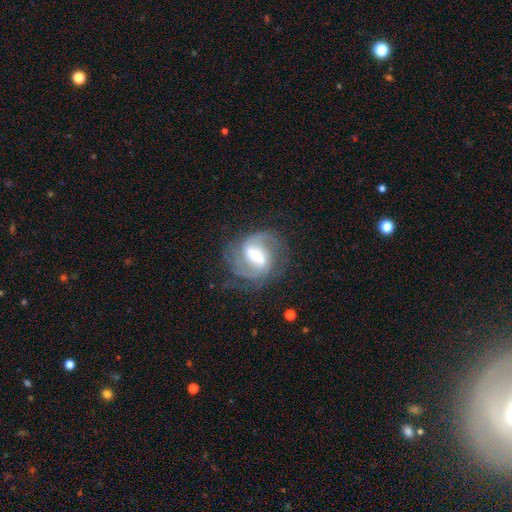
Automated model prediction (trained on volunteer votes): Smooth or featured: featured or disk — 88% (smooth — 7%)
Edge-on disk: no — 97% (yes — 3%)
Bar: weak — 43% (strong — 42%)
Spiral arms: yes — 96% (no — 4%)
Spiral winding: medium — 49% (tight — 34%)
Spiral arm count: 2 — 66% (3 — 16%)
Bulge size: moderate — 52% (small — 39%)
Merging: none — 74% (minor disturbance — 16%)